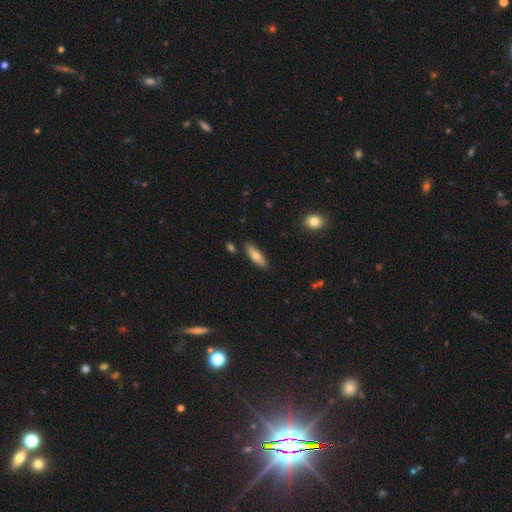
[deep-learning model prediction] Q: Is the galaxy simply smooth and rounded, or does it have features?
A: smooth — 73%.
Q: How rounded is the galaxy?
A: cigar-shaped — 52%.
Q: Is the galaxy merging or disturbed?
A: none — 84%.